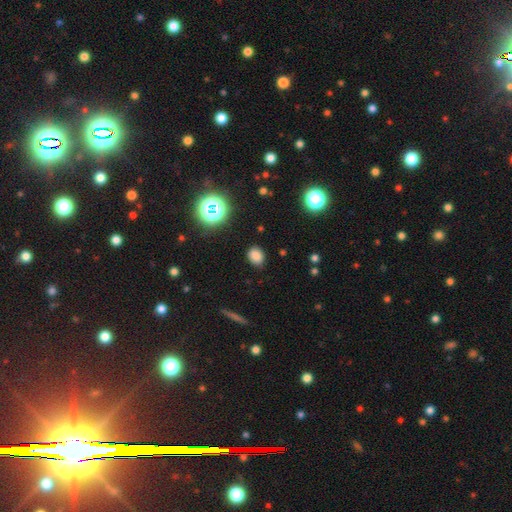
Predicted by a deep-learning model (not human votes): Q: Smooth or featured?
A: smooth (78%); runner-up: star or artifact (17%)
Q: How rounded?
A: round (50%); runner-up: in between (49%)
Q: Merging?
A: none (85%); runner-up: minor disturbance (11%)